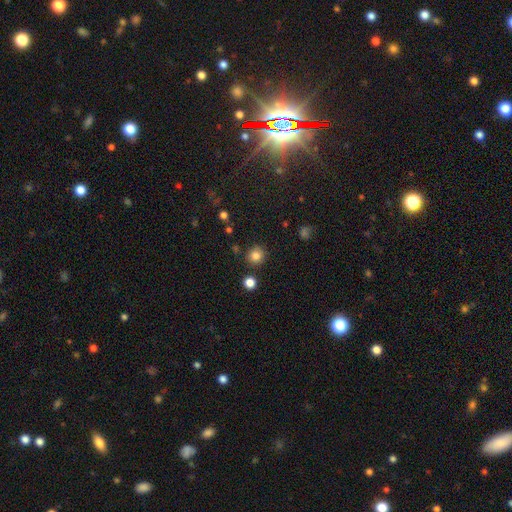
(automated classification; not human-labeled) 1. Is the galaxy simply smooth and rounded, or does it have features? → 83% smooth, 12% star or artifact, 5% featured or disk.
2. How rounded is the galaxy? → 90% round, 9% in between, 1% cigar-shaped.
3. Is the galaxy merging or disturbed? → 87% none, 7% minor disturbance, 3% merger, 2% major disturbance.